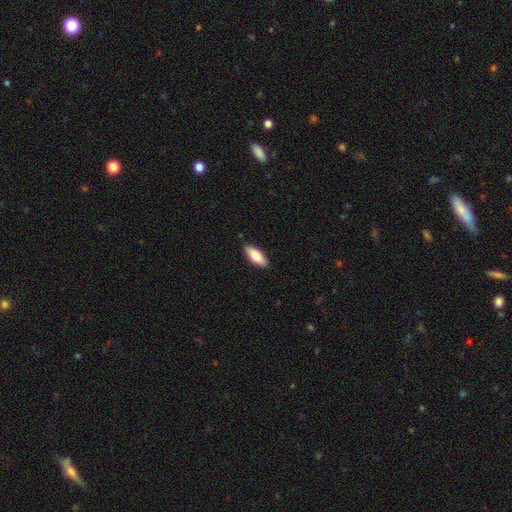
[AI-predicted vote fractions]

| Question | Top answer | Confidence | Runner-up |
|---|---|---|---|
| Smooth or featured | smooth | 79% | featured or disk (16%) |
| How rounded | in between | 77% | cigar-shaped (21%) |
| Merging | none | 88% | minor disturbance (10%) |